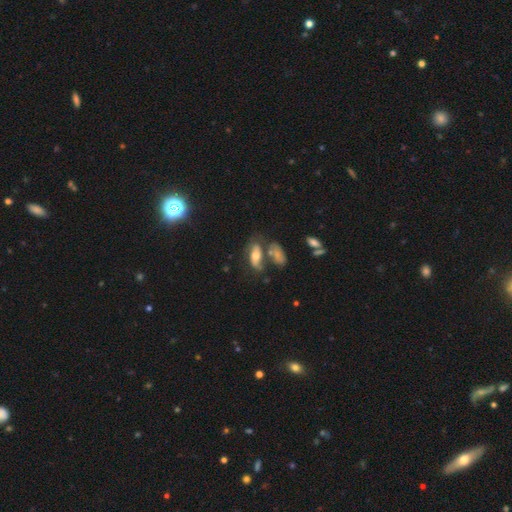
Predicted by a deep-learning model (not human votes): smooth_or_featured: smooth (p=0.51) [alt: featured or disk p=0.40]
how_rounded: in between (p=0.83) [alt: cigar-shaped p=0.13]
merging: none (p=0.42) [alt: merger p=0.24]